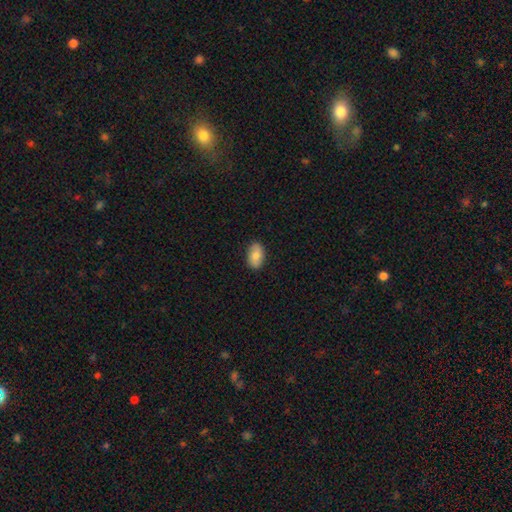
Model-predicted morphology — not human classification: Smooth or featured?
  - smooth: 79% *
  - featured or disk: 15%
  - star or artifact: 6%
How rounded?
  - in between: 92% *
  - round: 6%
  - cigar-shaped: 2%
Merging?
  - none: 87% *
  - minor disturbance: 10%
  - major disturbance: 2%
  - merger: 1%